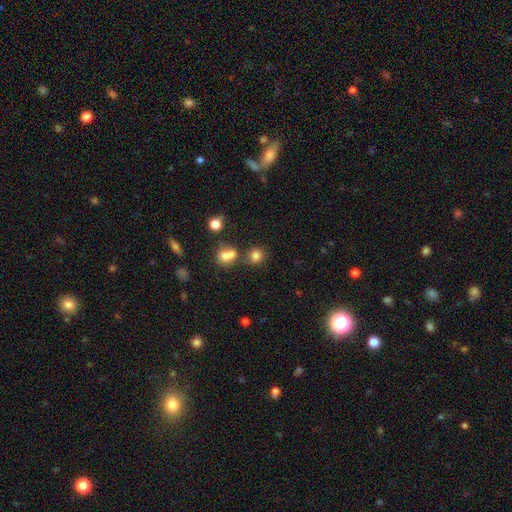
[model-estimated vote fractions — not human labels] smooth 79%, star or artifact 14%, featured or disk 7%. Down the decision tree: how rounded — round (83%); merging — none (65%).